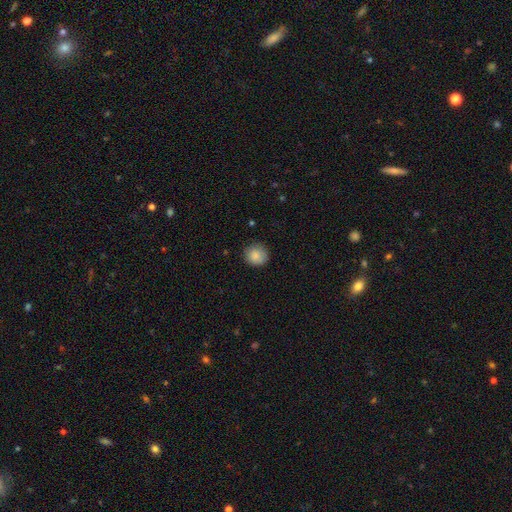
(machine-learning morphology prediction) Q: Smooth or featured?
A: smooth (87%); runner-up: star or artifact (8%)
Q: How rounded?
A: round (91%); runner-up: in between (8%)
Q: Merging?
A: none (86%); runner-up: minor disturbance (11%)